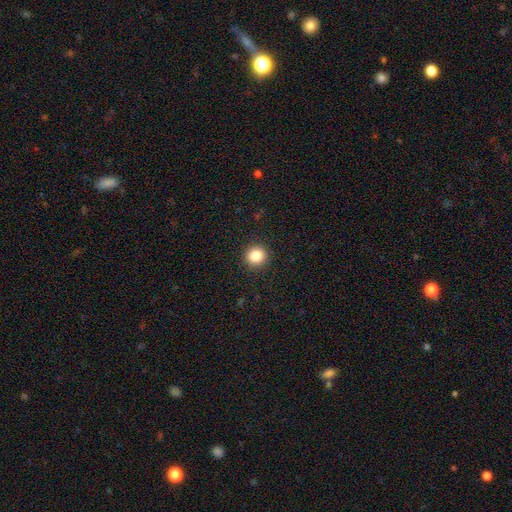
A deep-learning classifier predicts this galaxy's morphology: Q: Smooth or featured?
A: smooth (85%); runner-up: star or artifact (11%)
Q: How rounded?
A: round (91%); runner-up: in between (8%)
Q: Merging?
A: none (92%); runner-up: minor disturbance (6%)